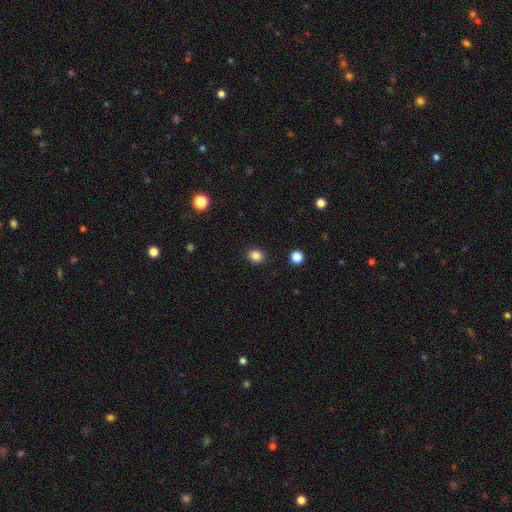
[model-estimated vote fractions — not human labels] Smooth or featured? Predicted: smooth (p=0.85). How rounded? Predicted: round (p=0.67). Merging? Predicted: none (p=0.90).